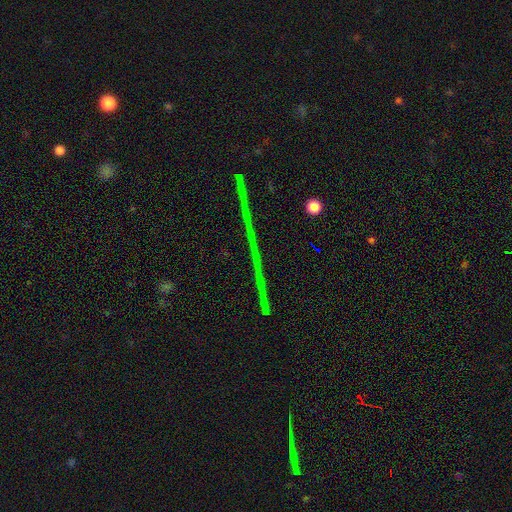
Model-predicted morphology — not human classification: star or artifact 77%, featured or disk 15%, smooth 8%.